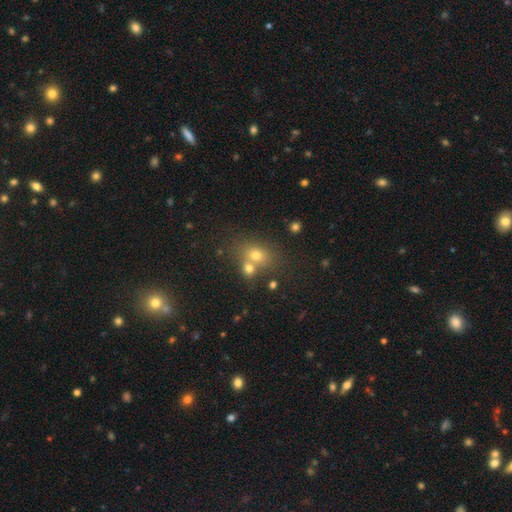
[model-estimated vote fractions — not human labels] This is likely a smooth galaxy (66%). How rounded: possibly in between (51%). Merging: possibly none (52%).